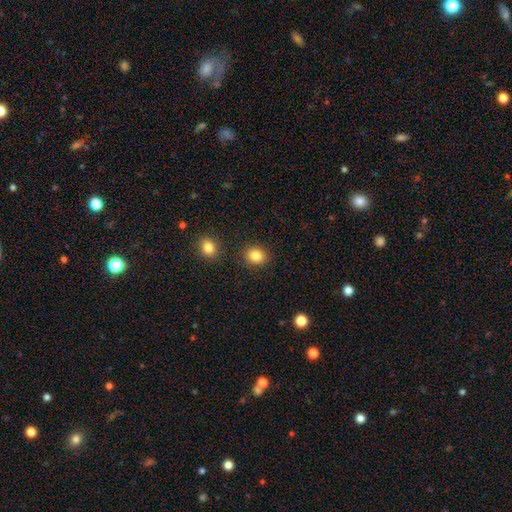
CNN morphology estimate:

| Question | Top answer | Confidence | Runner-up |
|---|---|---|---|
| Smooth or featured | smooth | 85% | star or artifact (10%) |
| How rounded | round | 66% | in between (33%) |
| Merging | none | 88% | minor disturbance (7%) |